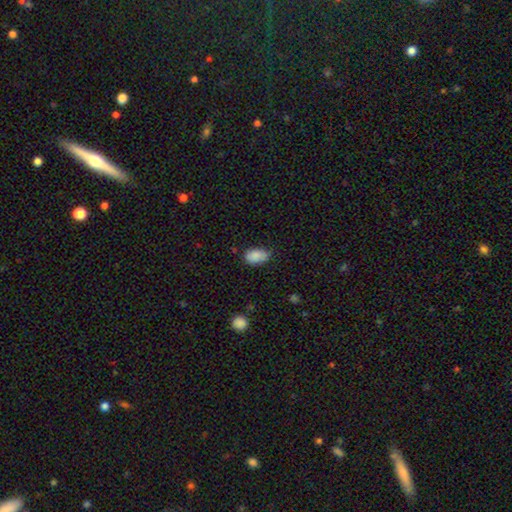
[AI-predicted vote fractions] The model was most divided on "merging": none: 56%, minor disturbance: 36%, major disturbance: 6%, merger: 2%. More confident: how rounded — in between (89%); smooth or featured — smooth (86%).